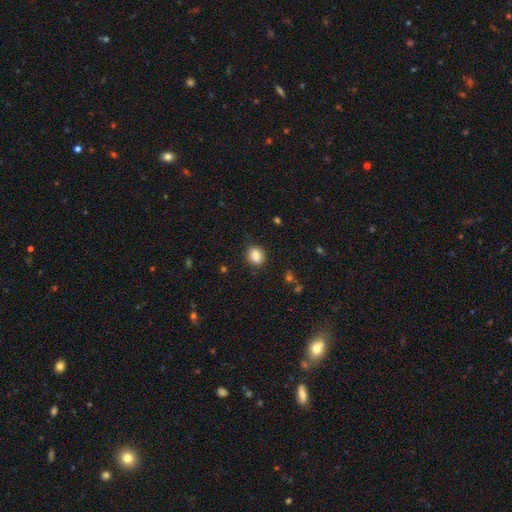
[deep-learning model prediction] smooth_or_featured: smooth (p=0.85) [alt: star or artifact p=0.09]
how_rounded: round (p=0.54) [alt: in between p=0.44]
merging: none (p=0.87) [alt: minor disturbance p=0.09]